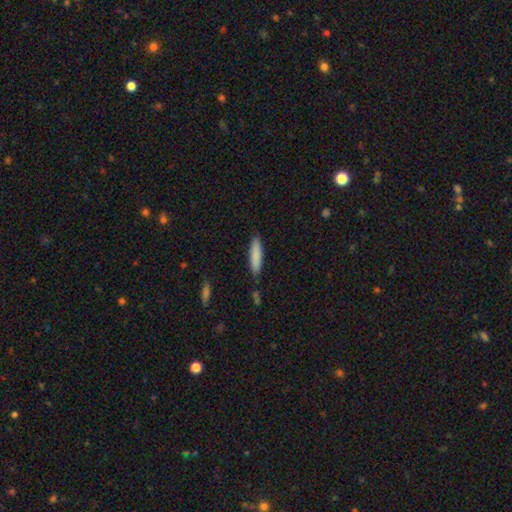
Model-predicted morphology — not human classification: A smooth galaxy with no disk features (84%) that is cigar-shaped (79%). Merging: none (83%).